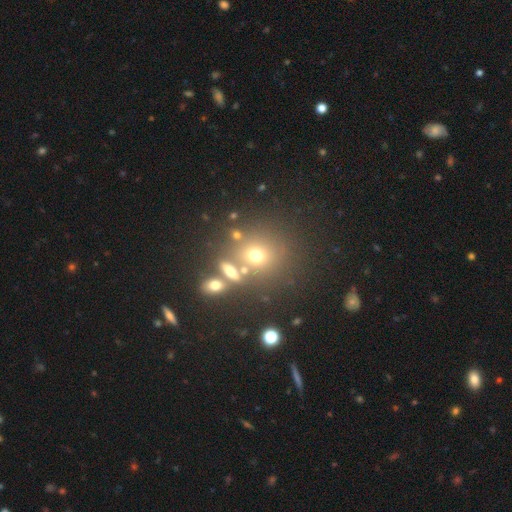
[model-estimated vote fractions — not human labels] Q: Smooth or featured?
A: smooth (65%); runner-up: star or artifact (20%)
Q: How rounded?
A: round (81%); runner-up: in between (18%)
Q: Merging?
A: none (62%); runner-up: merger (22%)